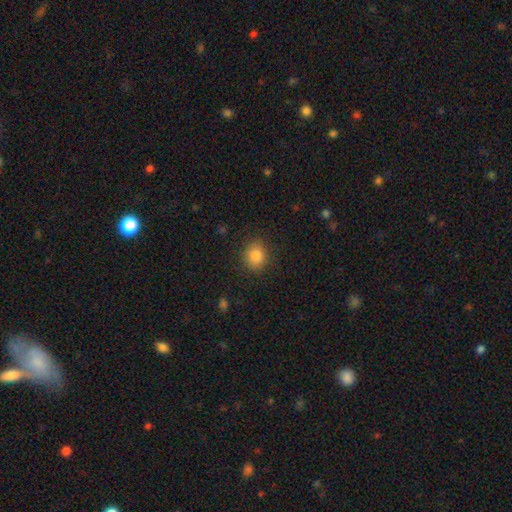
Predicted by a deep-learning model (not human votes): Overall: smooth (85%). How rounded: round (67%; in between 32%). Merging: none (85%).